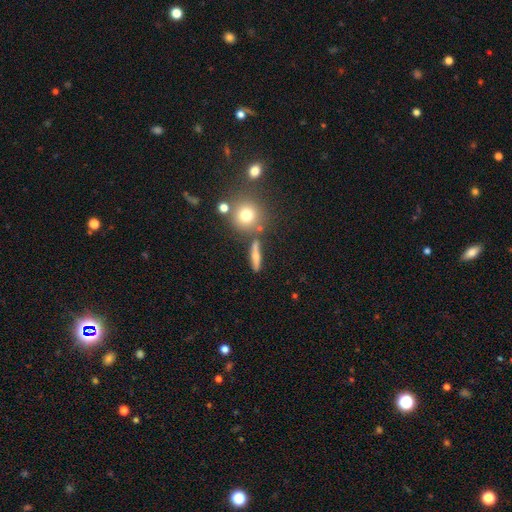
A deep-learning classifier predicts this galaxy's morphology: smooth_or_featured: smooth (p=0.60) [alt: featured or disk p=0.28]
how_rounded: cigar-shaped (p=0.63) [alt: in between p=0.21]
merging: none (p=0.77) [alt: minor disturbance p=0.11]